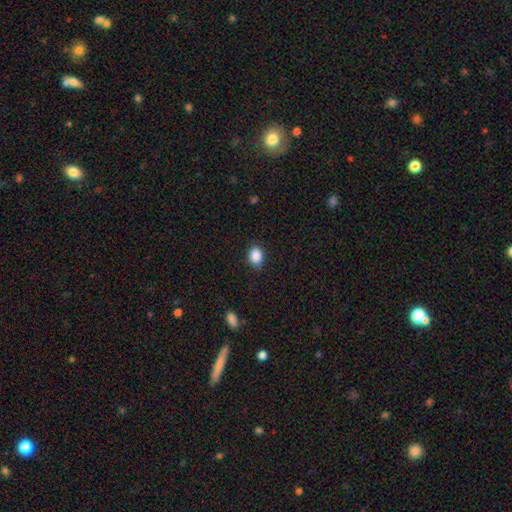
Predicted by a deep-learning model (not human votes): Smooth or featured? Predicted: smooth (p=0.87). How rounded? Predicted: in between (p=0.60). Merging? Predicted: none (p=0.78).